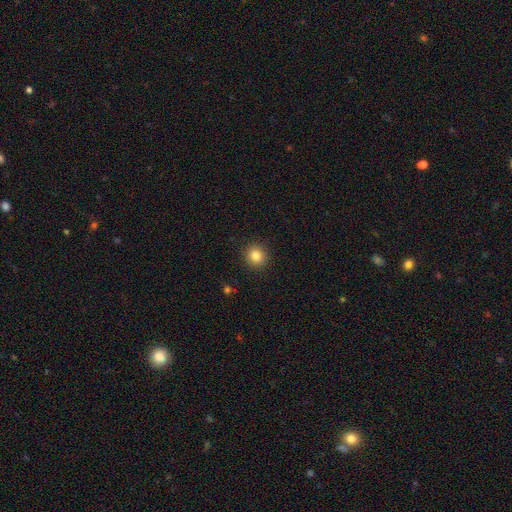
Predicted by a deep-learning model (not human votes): This is clearly a smooth galaxy (84%). How rounded: clearly round (91%). Merging: clearly none (92%).